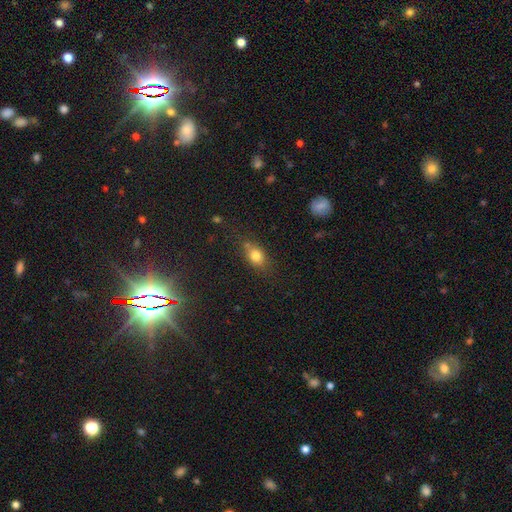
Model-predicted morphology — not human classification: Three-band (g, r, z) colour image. It shows a smooth galaxy with no disk features (77%) that is in between round and cigar-shaped (69%). Merging: none (67%).